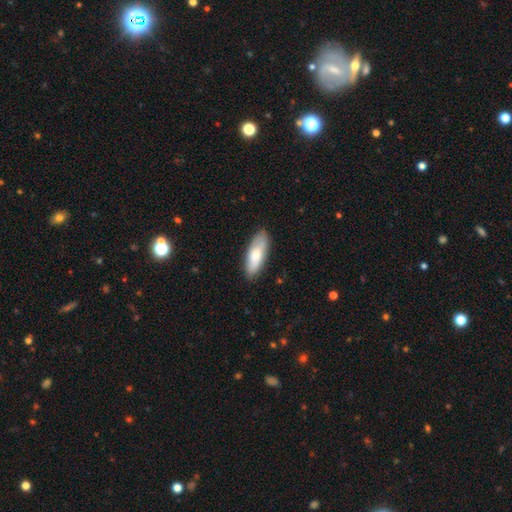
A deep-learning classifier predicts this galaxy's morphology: A smooth galaxy with no disk features (75%) that is in between round and cigar-shaped (68%).

Vote fractions:
- Smooth or featured? smooth: 75% / featured or disk: 19% / star or artifact: 5%
- How rounded? in between: 68% / cigar-shaped: 30% / round: 2%
- Merging? none: 83% / minor disturbance: 13% / major disturbance: 2% / merger: 1%